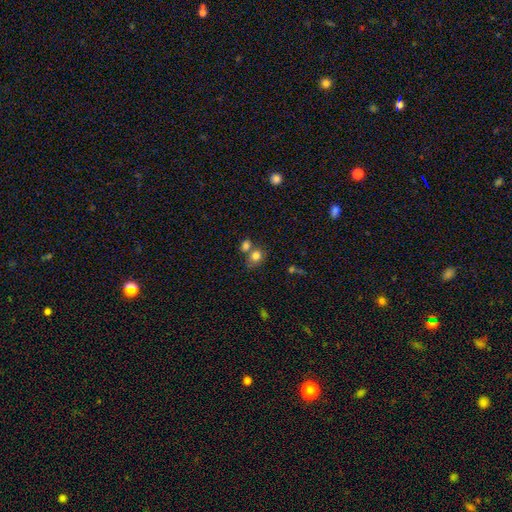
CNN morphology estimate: This is clearly a smooth galaxy (81%). How rounded: possibly round (58%). Merging: possibly none (47%).